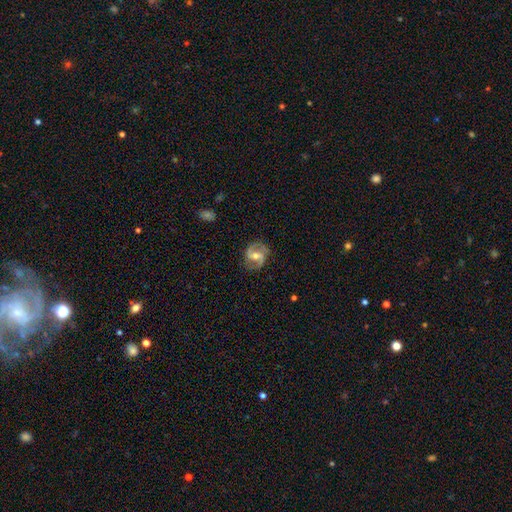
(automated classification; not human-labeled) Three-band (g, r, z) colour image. It shows a featured or disk galaxy (87%) with a weak bar (47%), 2 (92%) medium (57%) spiral arms (96%) and a moderate central bulge (63%). Merging: none (82%).